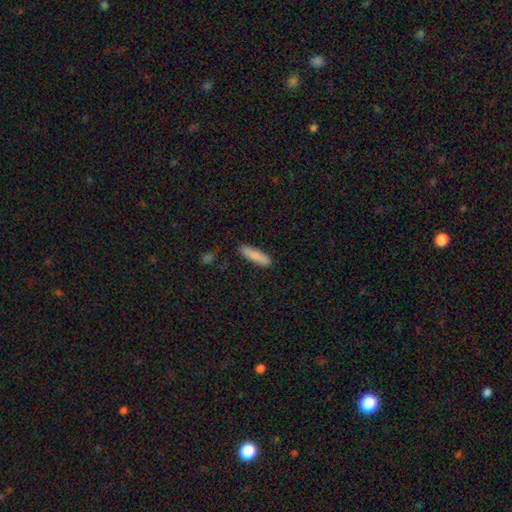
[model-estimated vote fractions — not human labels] smooth-or-featured: smooth: 88% | featured or disk: 7% | star or artifact: 6%
  how-rounded: cigar-shaped: 74% | in between: 25% | round: 1%
  merging: none: 88% | minor disturbance: 9% | major disturbance: 2% | merger: 1%